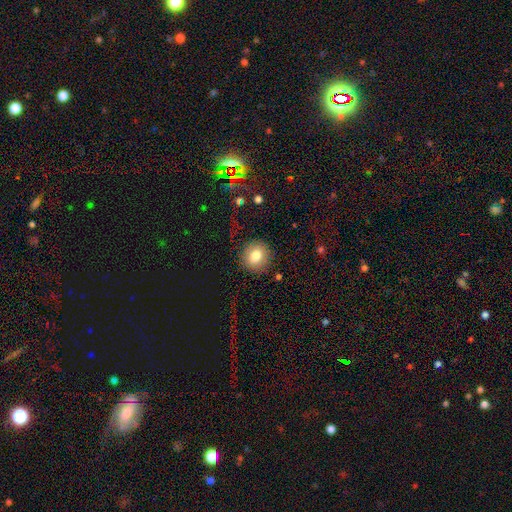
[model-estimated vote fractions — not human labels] This appears to be a smooth galaxy with no disk features (80%) that is round (84%). Merging: none (88%).